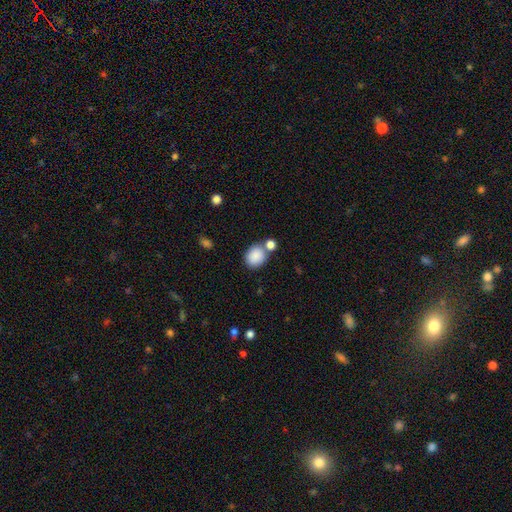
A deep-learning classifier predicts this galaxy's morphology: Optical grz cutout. It shows a smooth galaxy with no disk features (87%) that is round (58%). Merging: none (61%).